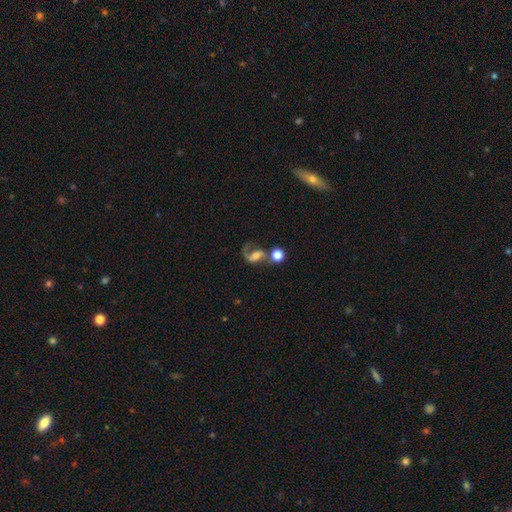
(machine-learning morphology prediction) Q: Smooth or featured?
A: featured or disk (67%); runner-up: smooth (22%)
Q: Edge-on disk?
A: no (97%); runner-up: yes (3%)
Q: Bar?
A: weak (40%); runner-up: no (39%)
Q: Spiral arms?
A: yes (89%); runner-up: no (11%)
Q: Spiral winding?
A: loose (62%); runner-up: medium (31%)
Q: Spiral arm count?
A: 2 (63%); runner-up: 1 (32%)
Q: Bulge size?
A: moderate (43%); runner-up: small (30%)
Q: Merging?
A: none (36%); runner-up: merger (31%)